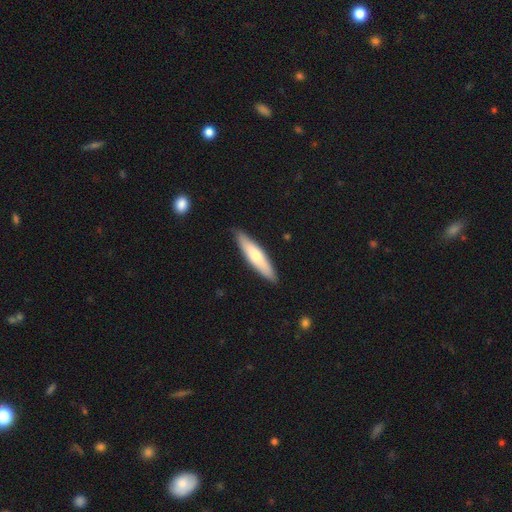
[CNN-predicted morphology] A smooth galaxy with no disk features (65%) that is cigar-shaped (79%).

Vote fractions:
- Smooth or featured? smooth: 65% / featured or disk: 31% / star or artifact: 5%
- How rounded? cigar-shaped: 79% / in between: 20% / round: 1%
- Merging? none: 88% / minor disturbance: 10% / major disturbance: 2% / merger: 1%